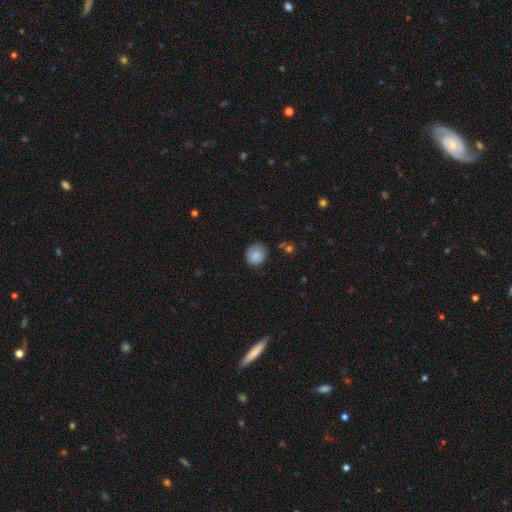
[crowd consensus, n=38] smooth_or_featured: smooth (p=0.79) [alt: featured or disk p=0.16]
how_rounded: round (p=0.80) [alt: in between p=0.20]
merging: none (p=0.81) [alt: minor disturbance p=0.14]